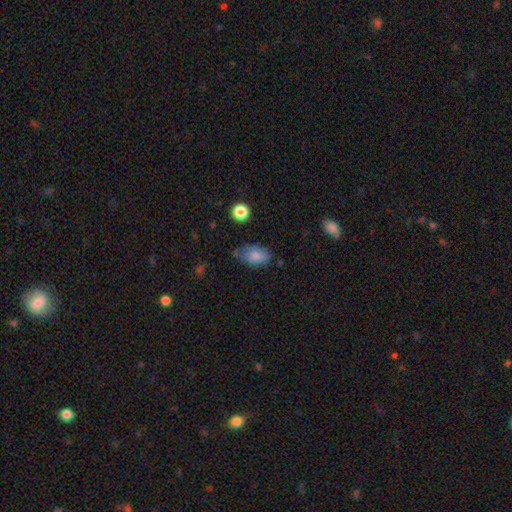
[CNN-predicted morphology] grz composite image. It shows a smooth galaxy with no disk features (80%) that is in between round and cigar-shaped (89%). Merging: none (53%).